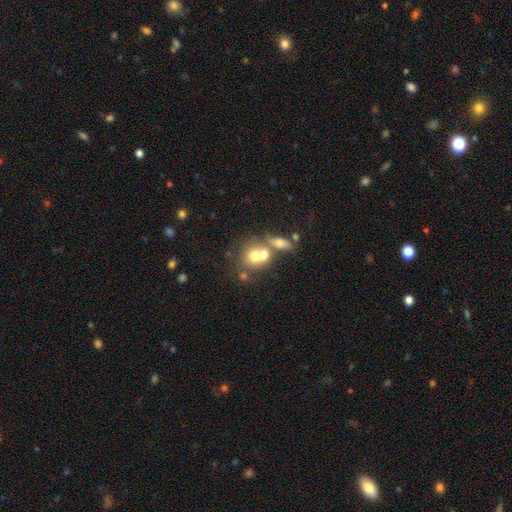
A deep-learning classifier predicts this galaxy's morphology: smooth-or-featured: smooth: 65% | featured or disk: 24% | star or artifact: 11%
  how-rounded: round: 70% | in between: 28% | cigar-shaped: 2%
  merging: merger: 54% | none: 33% | minor disturbance: 8% | major disturbance: 5%